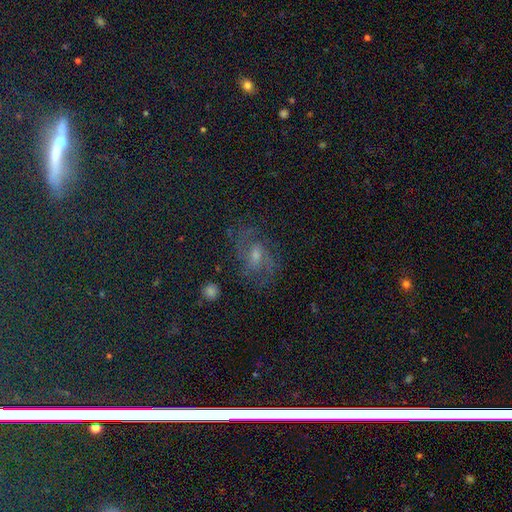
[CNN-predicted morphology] type=featured or disk (53%); edge-on=no (95%); bar=weak (50%); spiral arms=yes (86%); bulge=moderate (49%); merging=none (68%).